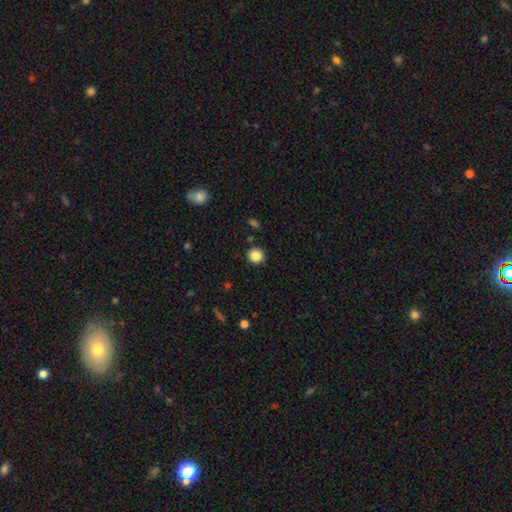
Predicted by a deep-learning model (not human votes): Overall: smooth (85%). How rounded: round (93%). Merging: none (89%).